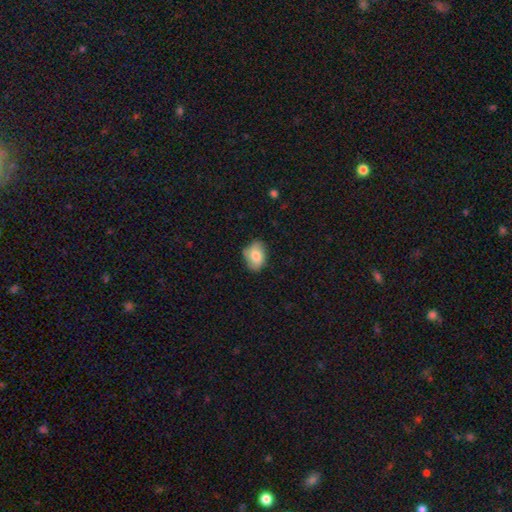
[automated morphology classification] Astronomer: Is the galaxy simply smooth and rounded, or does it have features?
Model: smooth — 77%.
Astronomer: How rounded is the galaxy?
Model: in between — 78%.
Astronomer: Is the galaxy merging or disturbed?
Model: none — 72%.